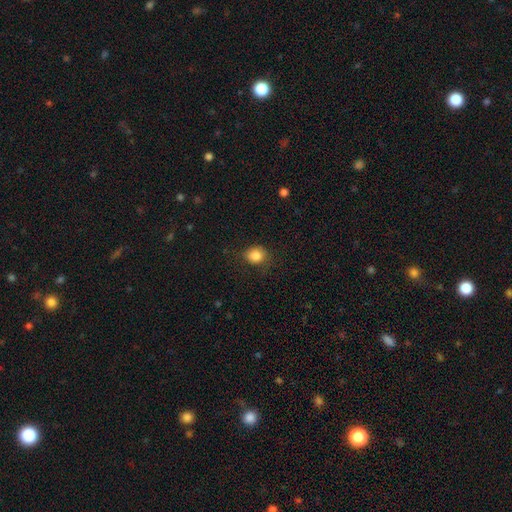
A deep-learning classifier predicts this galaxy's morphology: Smooth or featured?
  - smooth: 84% *
  - star or artifact: 10%
  - featured or disk: 5%
How rounded?
  - round: 68% *
  - in between: 32%
  - cigar-shaped: 1%
Merging?
  - none: 77% *
  - minor disturbance: 17%
  - major disturbance: 5%
  - merger: 1%